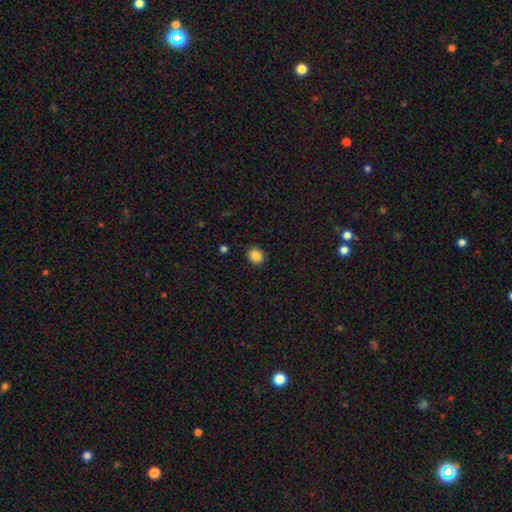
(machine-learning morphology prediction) This is clearly a smooth galaxy (85%). How rounded: likely round (69%). Merging: clearly none (90%).